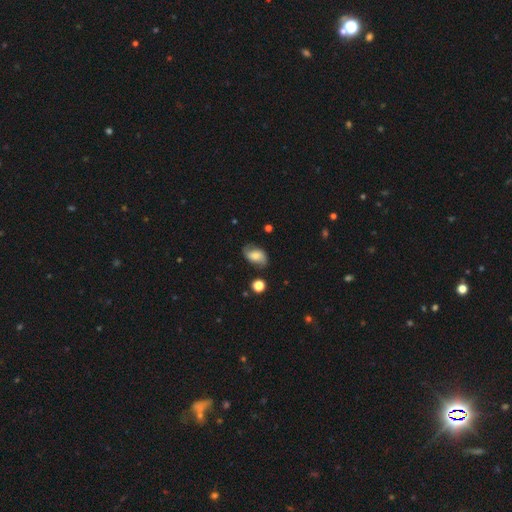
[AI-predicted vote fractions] Smooth or featured?
  - smooth: 49% *
  - featured or disk: 41%
  - star or artifact: 9%
Merging?
  - none: 72% *
  - minor disturbance: 20%
  - major disturbance: 5%
  - merger: 3%